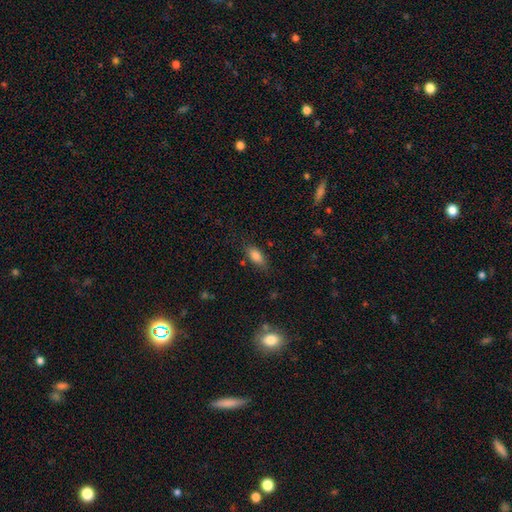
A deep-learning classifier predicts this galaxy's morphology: The model was most divided on "merging": none: 75%, minor disturbance: 18%, major disturbance: 5%, merger: 3%. More confident: how rounded — in between (84%); smooth or featured — smooth (82%).